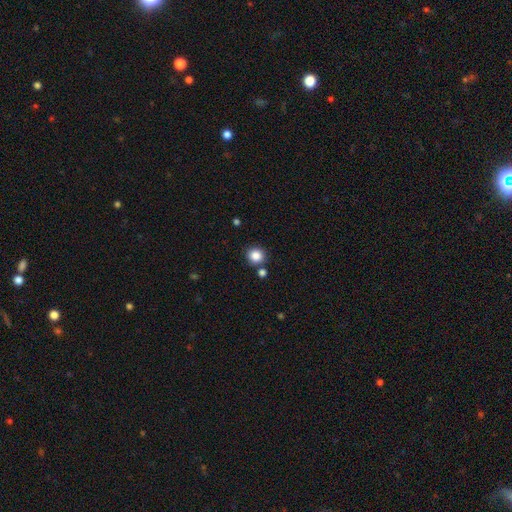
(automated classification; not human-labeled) A smooth galaxy with no disk features (85%) that is round (89%). Merging: none (82%).